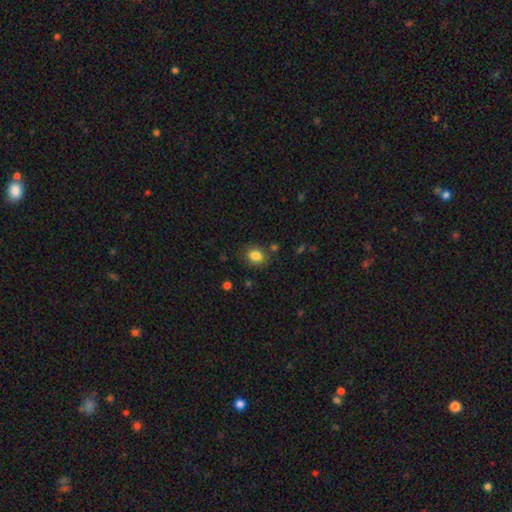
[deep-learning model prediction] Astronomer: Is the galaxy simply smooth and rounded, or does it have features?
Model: smooth — 84%.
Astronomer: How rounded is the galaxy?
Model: round — 55% (runner-up: in between, 44%).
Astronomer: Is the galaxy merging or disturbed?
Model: none — 81%.